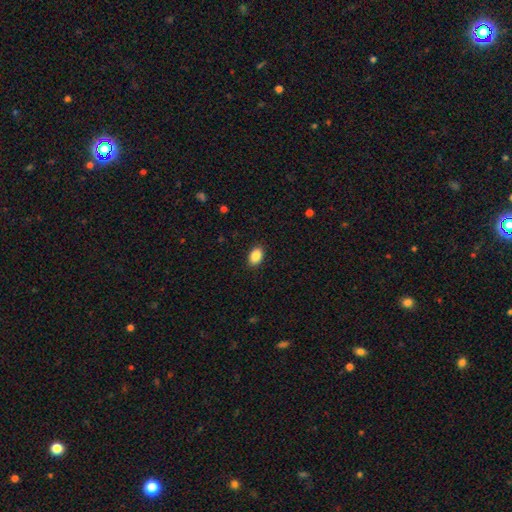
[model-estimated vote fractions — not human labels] smooth-or-featured: smooth: 89% | star or artifact: 8% | featured or disk: 3%
  how-rounded: in between: 87% | round: 12% | cigar-shaped: 1%
  merging: none: 89% | minor disturbance: 8% | major disturbance: 2% | merger: 1%